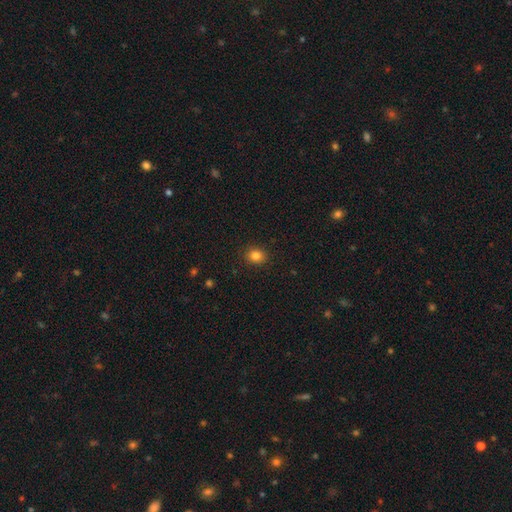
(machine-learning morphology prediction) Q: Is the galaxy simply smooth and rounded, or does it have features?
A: smooth — 83%.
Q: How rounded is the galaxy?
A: round — 71%.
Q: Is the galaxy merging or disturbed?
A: none — 91%.